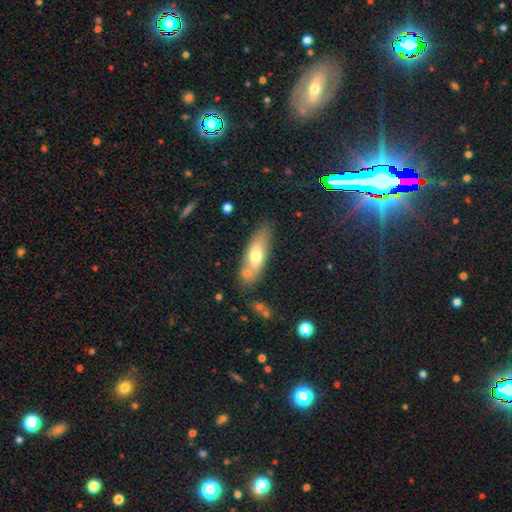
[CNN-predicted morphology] Smooth or featured: smooth — 62% (featured or disk — 31%)
How rounded: in between — 57% (cigar-shaped — 40%)
Merging: none — 66% (merger — 15%)